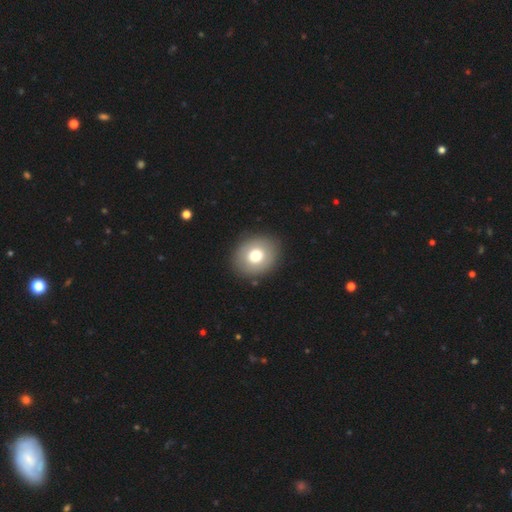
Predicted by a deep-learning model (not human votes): A smooth galaxy with no disk features (72%) that is round (66%). Merging: none (89%).